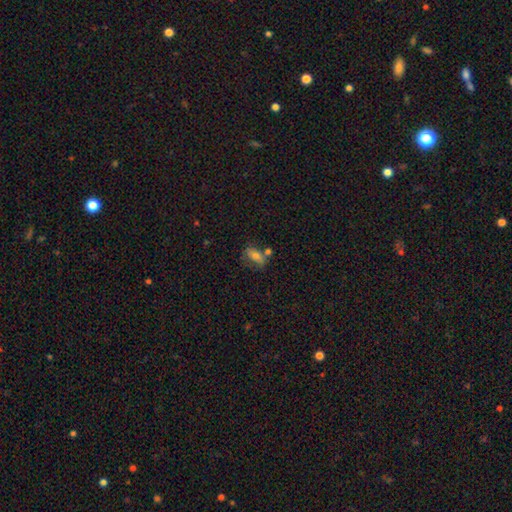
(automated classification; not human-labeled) Smooth or featured?
  - smooth: 67% *
  - featured or disk: 22%
  - star or artifact: 11%
How rounded?
  - in between: 80% *
  - round: 12%
  - cigar-shaped: 8%
Merging?
  - none: 51% *
  - merger: 22%
  - minor disturbance: 19%
  - major disturbance: 8%